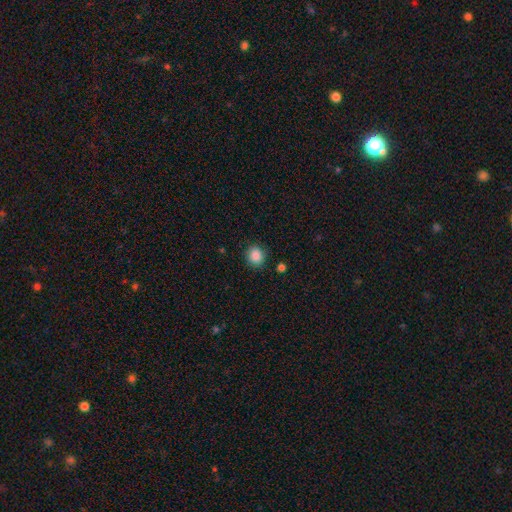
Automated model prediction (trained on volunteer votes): This appears to be a smooth galaxy with no disk features (87%) that is round (77%). Merging: none (88%).